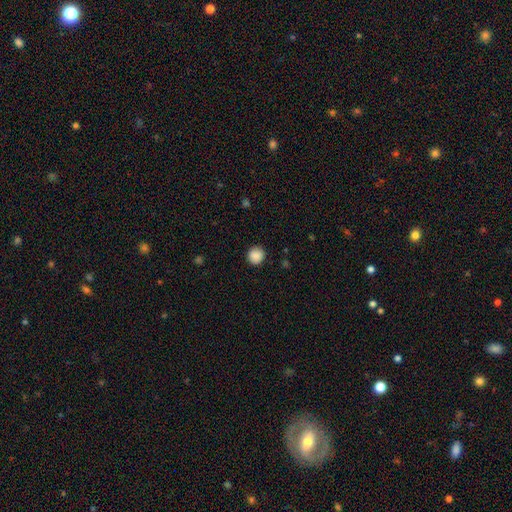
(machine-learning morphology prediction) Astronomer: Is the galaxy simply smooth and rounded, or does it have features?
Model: smooth — 88%.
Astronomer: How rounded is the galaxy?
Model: round — 92%.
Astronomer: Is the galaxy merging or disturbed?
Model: none — 89%.